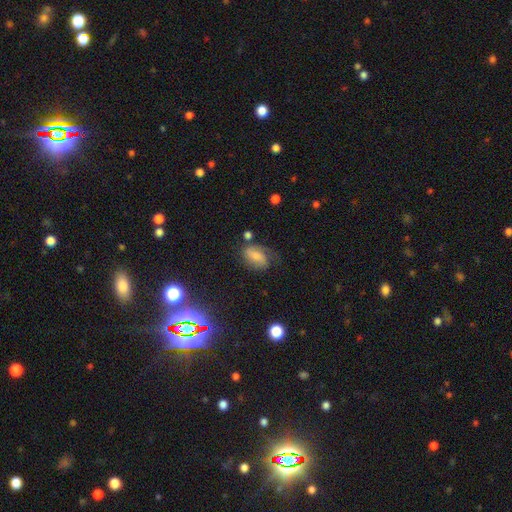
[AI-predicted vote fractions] Smooth or featured: smooth — 49% (featured or disk — 40%)
Merging: none — 52% (minor disturbance — 26%)